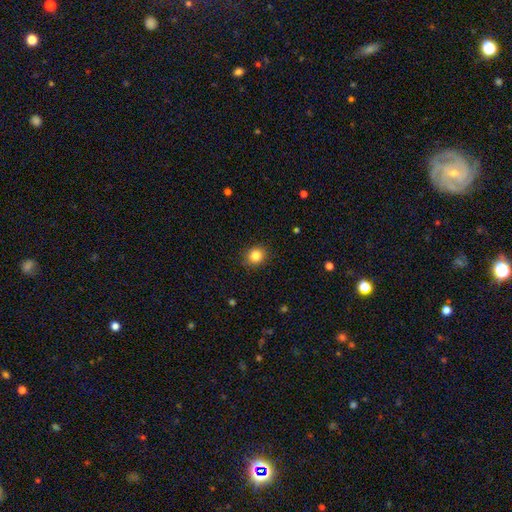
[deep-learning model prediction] smooth-or-featured: smooth: 85% | star or artifact: 10% | featured or disk: 5%
  how-rounded: round: 77% | in between: 22% | cigar-shaped: 1%
  merging: none: 89% | minor disturbance: 8% | major disturbance: 2% | merger: 1%